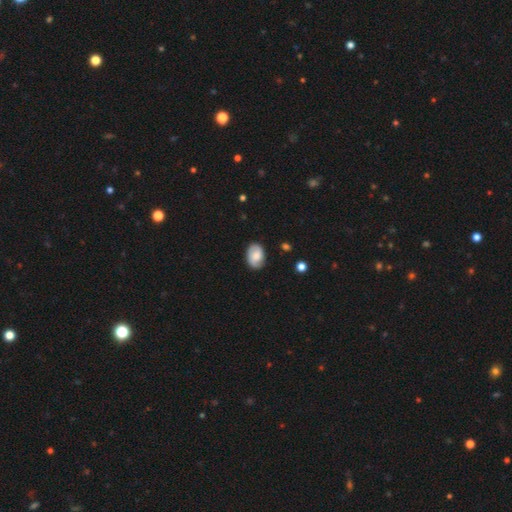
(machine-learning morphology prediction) A smooth galaxy with no disk features (62%) that is in between round and cigar-shaped (84%). Merging: none (79%).